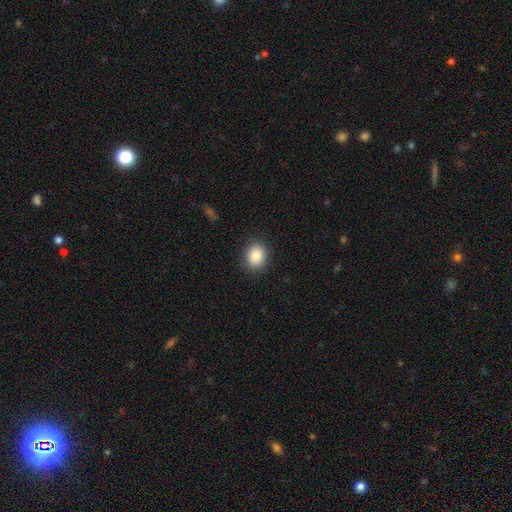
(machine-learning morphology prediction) This appears to be a smooth galaxy with no disk features (85%) that is round (59%). Merging: none (89%).